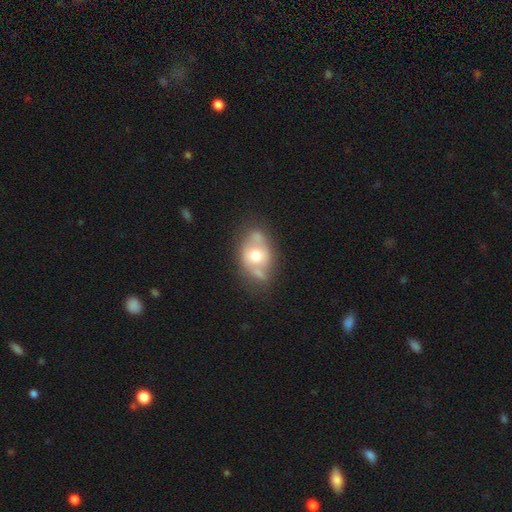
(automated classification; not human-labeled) A featured or disk galaxy (54%).

Vote fractions:
- Smooth or featured? featured or disk: 54% / smooth: 38% / star or artifact: 8%
- Edge-on disk? no: 90% / yes: 10%
- Merging? none: 48% / minor disturbance: 26% / merger: 14% / major disturbance: 11%